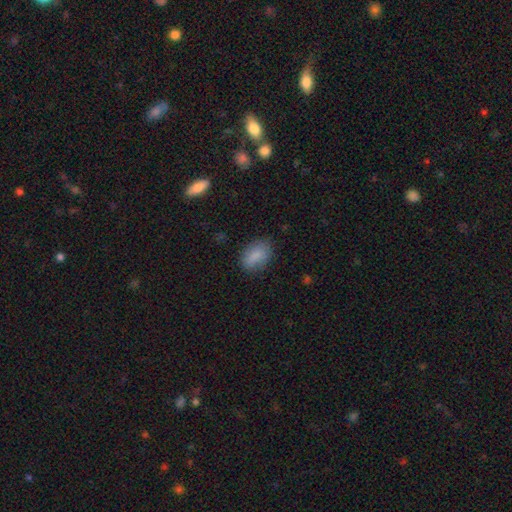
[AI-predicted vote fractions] smooth-or-featured: smooth: 85% | star or artifact: 8% | featured or disk: 7%
  how-rounded: in between: 87% | round: 11% | cigar-shaped: 2%
  merging: none: 76% | minor disturbance: 18% | major disturbance: 4% | merger: 2%